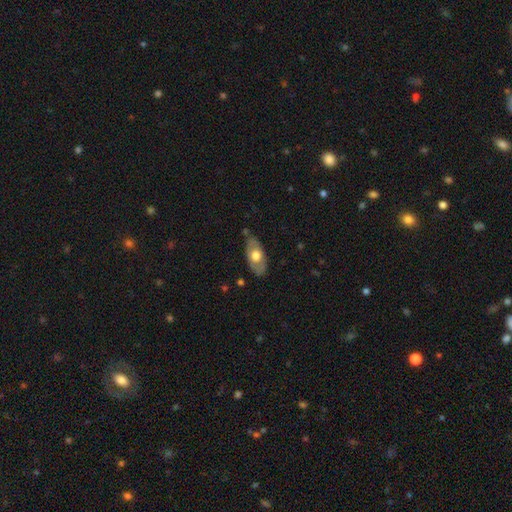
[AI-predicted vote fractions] smooth_or_featured: smooth (p=0.53) [alt: featured or disk p=0.42]
how_rounded: in between (p=0.90) [alt: cigar-shaped p=0.05]
merging: none (p=0.78) [alt: minor disturbance p=0.16]